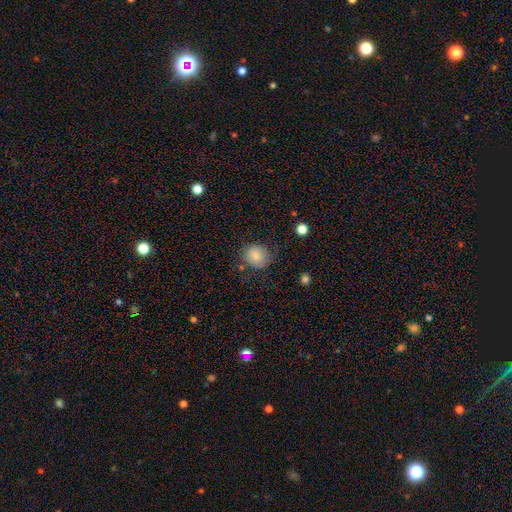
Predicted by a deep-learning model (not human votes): smooth-or-featured: smooth: 81% | featured or disk: 10% | star or artifact: 9%
  how-rounded: round: 77% | in between: 22% | cigar-shaped: 1%
  merging: none: 69% | minor disturbance: 21% | major disturbance: 7% | merger: 2%